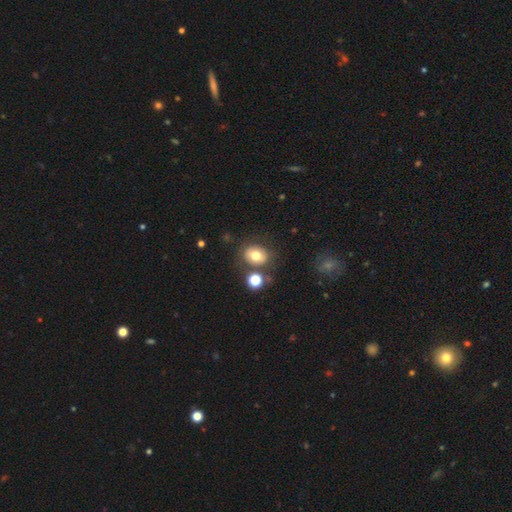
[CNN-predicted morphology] type=smooth (72%); roundness=in between (52%); merging=none (71%).